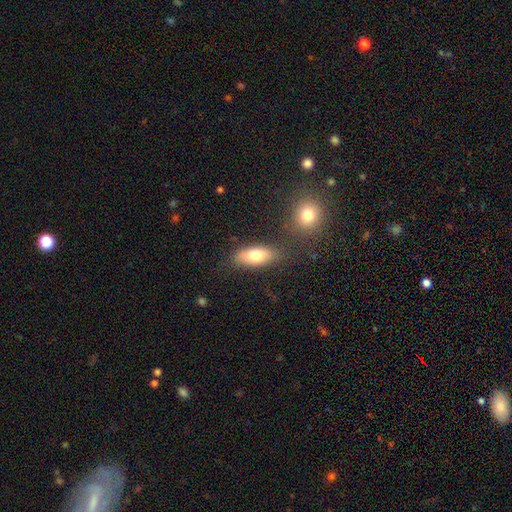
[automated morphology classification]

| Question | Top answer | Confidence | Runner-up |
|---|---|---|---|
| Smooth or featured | smooth | 78% | featured or disk (16%) |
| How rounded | in between | 80% | cigar-shaped (16%) |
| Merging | none | 76% | minor disturbance (14%) |